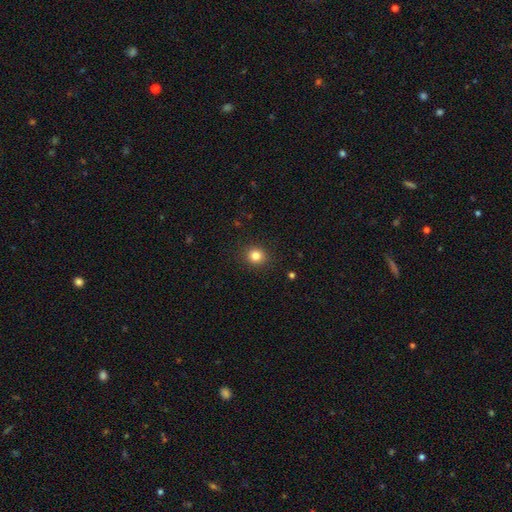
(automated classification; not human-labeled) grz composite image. It shows a smooth galaxy with no disk features (82%) that is round (85%). Merging: none (91%).